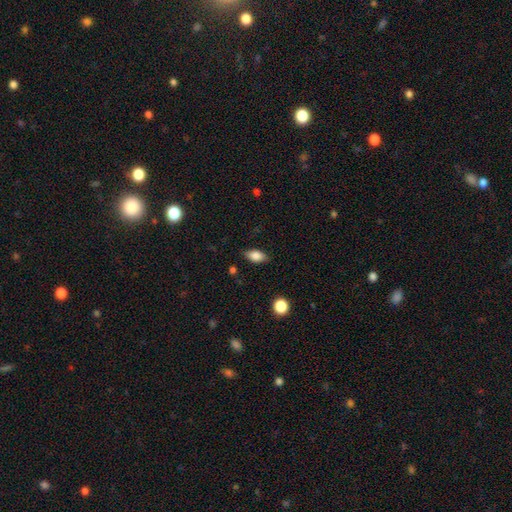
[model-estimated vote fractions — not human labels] Smooth or featured? Predicted: smooth (p=0.83). How rounded? Predicted: in between (p=0.88). Merging? Predicted: none (p=0.82).